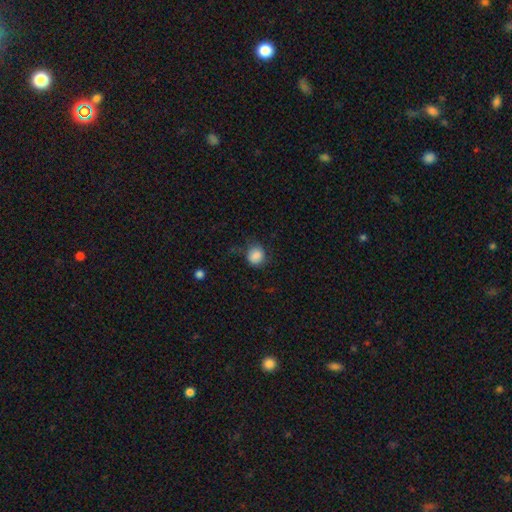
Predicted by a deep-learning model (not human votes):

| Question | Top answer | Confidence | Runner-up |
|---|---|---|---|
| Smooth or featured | smooth | 86% | star or artifact (9%) |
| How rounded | round | 84% | in between (15%) |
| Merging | none | 69% | minor disturbance (21%) |